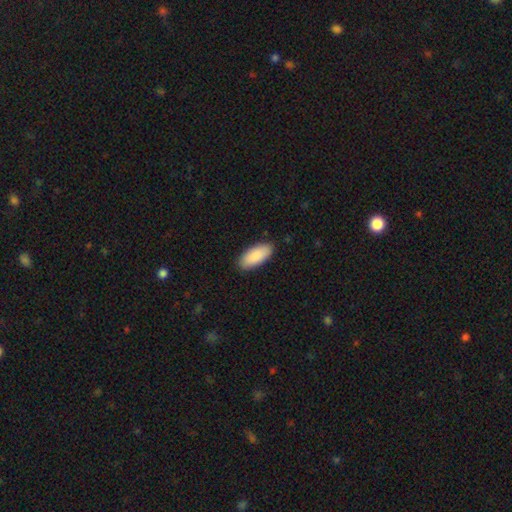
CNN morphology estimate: smooth_or_featured: smooth (p=0.90) [alt: star or artifact p=0.05]
how_rounded: in between (p=0.88) [alt: cigar-shaped p=0.11]
merging: none (p=0.88) [alt: minor disturbance p=0.09]